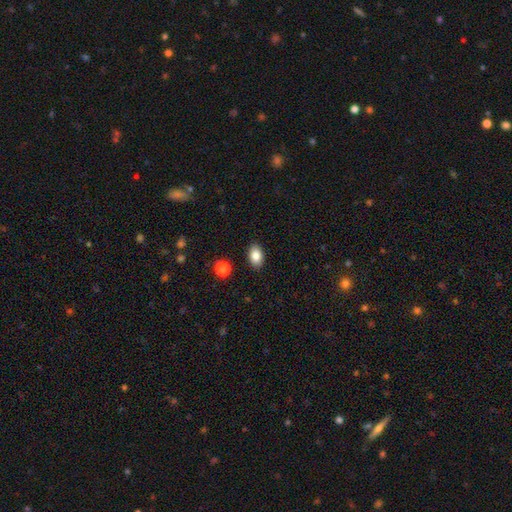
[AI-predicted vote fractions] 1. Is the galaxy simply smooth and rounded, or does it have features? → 85% smooth, 9% star or artifact, 7% featured or disk.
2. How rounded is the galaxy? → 88% in between, 11% round, 1% cigar-shaped.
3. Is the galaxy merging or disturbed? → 89% none, 8% minor disturbance, 2% major disturbance, 1% merger.